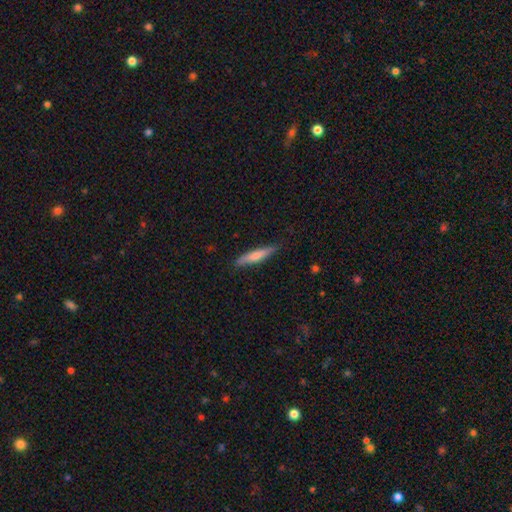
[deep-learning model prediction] Q: Smooth or featured?
A: smooth (69%); runner-up: featured or disk (25%)
Q: How rounded?
A: cigar-shaped (87%); runner-up: in between (11%)
Q: Merging?
A: none (83%); runner-up: minor disturbance (13%)